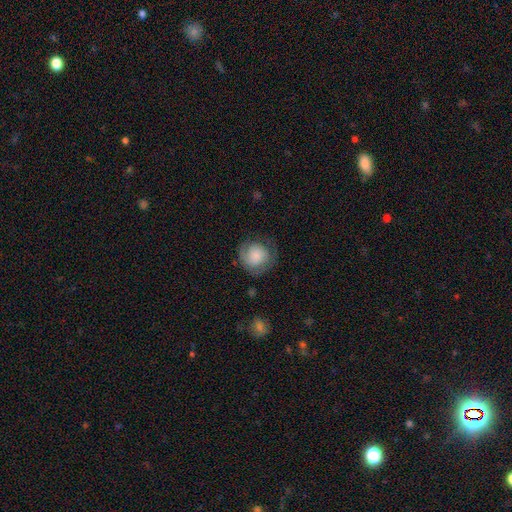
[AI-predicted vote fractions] Overall: smooth (61%; featured or disk 32%). How rounded: round (87%). Merging: none (65%).